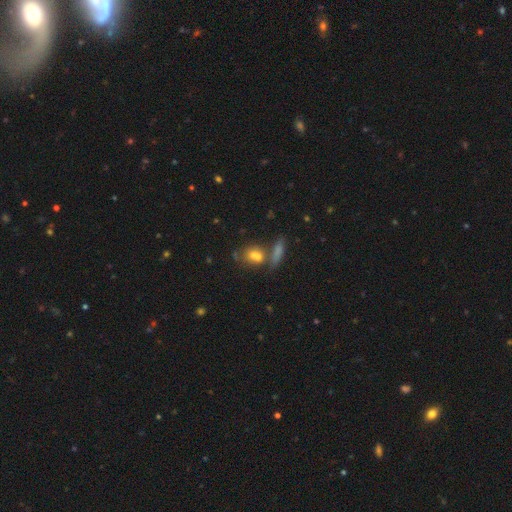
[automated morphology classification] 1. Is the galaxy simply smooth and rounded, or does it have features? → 68% smooth, 19% featured or disk, 13% star or artifact.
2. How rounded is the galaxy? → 62% in between, 29% round, 8% cigar-shaped.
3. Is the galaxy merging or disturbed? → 45% none, 36% merger, 13% minor disturbance, 6% major disturbance.